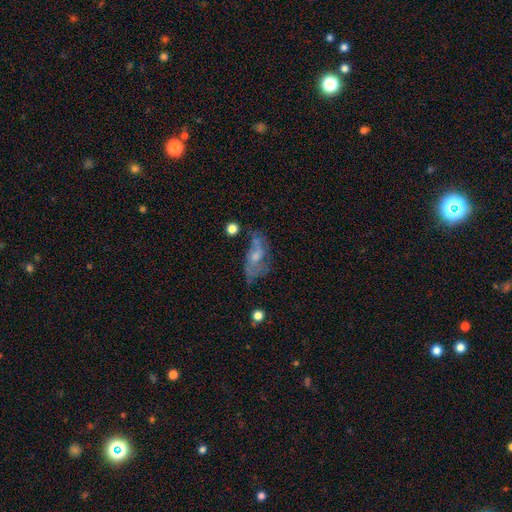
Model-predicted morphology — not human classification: A featured or disk galaxy (58%) with no bar (68%), spiral arms (58%) and a small central bulge (46%).

Vote fractions:
- Smooth or featured? featured or disk: 58% / smooth: 31% / star or artifact: 11%
- Edge-on disk? no: 93% / yes: 7%
- Bar? no: 68% / weak: 27% / strong: 5%
- Spiral arms? yes: 58% / no: 42%
- Bulge size? small: 46% / moderate: 38% / none: 12% / large: 3% / dominant: 1%
- Merging? none: 38% / major disturbance: 28% / minor disturbance: 25% / merger: 9%